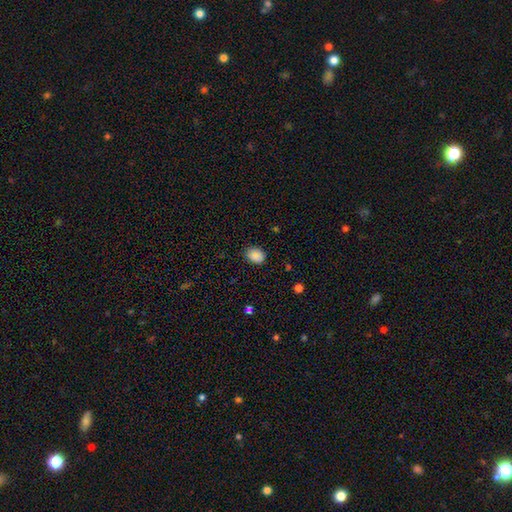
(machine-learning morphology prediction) smooth 87%, star or artifact 9%, featured or disk 4%. Down the decision tree: how rounded — in between (61%); merging — none (84%).